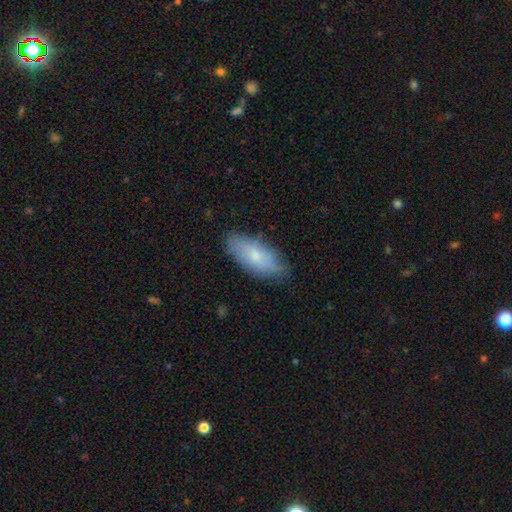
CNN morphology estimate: Overall: smooth (74%). How rounded: in between (84%). Merging: none (79%).